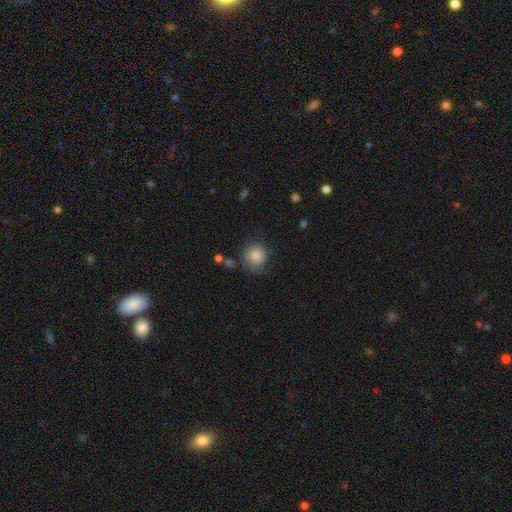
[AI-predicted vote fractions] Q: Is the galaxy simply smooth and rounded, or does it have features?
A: smooth — 81%.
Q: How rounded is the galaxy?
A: round — 86%.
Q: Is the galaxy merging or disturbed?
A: none — 62%.